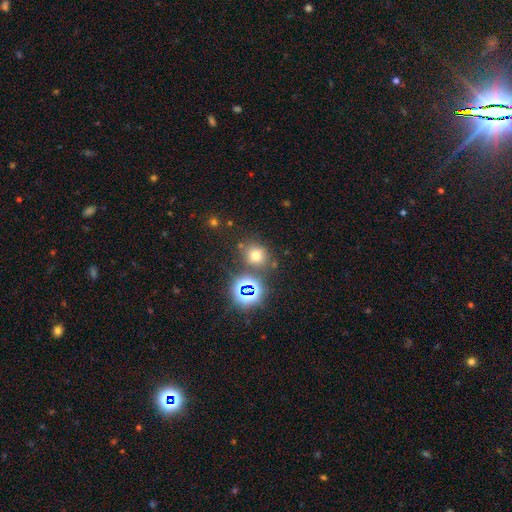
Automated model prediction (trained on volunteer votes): The model was most divided on "smooth or featured": smooth: 62%, star or artifact: 29%, featured or disk: 10%. More confident: how rounded — round (75%); merging — none (72%).